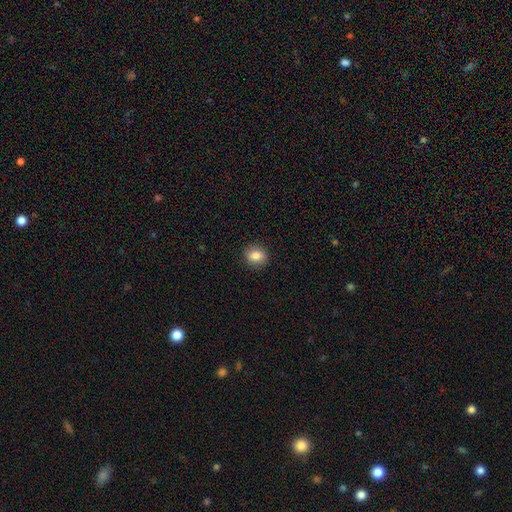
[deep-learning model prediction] This appears to be a smooth galaxy with no disk features (83%) that is round (69%). Merging: none (90%).